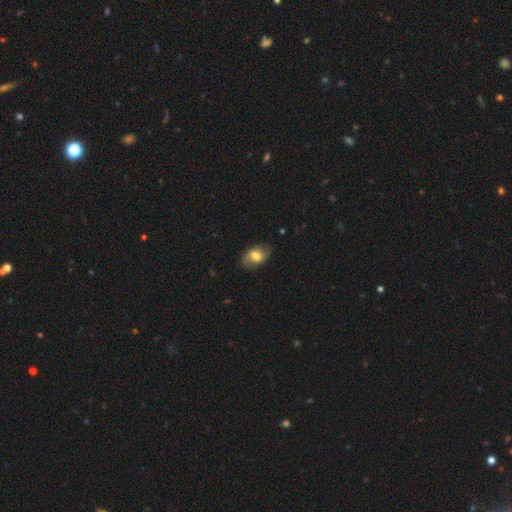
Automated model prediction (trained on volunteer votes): Smooth or featured?
  - smooth: 55% *
  - featured or disk: 37%
  - star or artifact: 8%
How rounded?
  - in between: 82% *
  - round: 16%
  - cigar-shaped: 2%
Merging?
  - none: 77% *
  - minor disturbance: 17%
  - major disturbance: 5%
  - merger: 1%